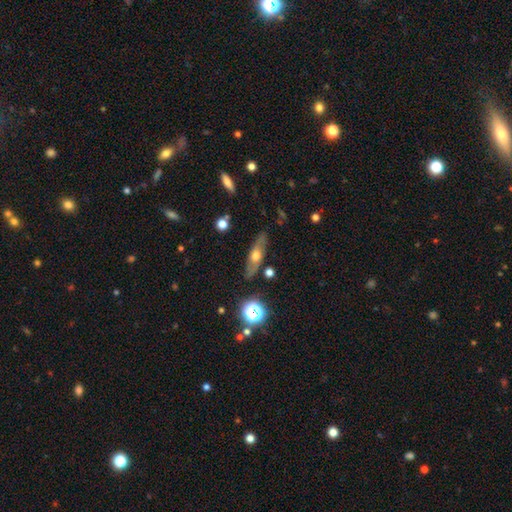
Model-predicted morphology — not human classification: A featured or disk galaxy (52%) viewed edge-on (65%).

Vote fractions:
- Smooth or featured? featured or disk: 52% / smooth: 38% / star or artifact: 10%
- Edge-on disk? yes: 65% / no: 35%
- Merging? none: 82% / minor disturbance: 13% / major disturbance: 3% / merger: 2%